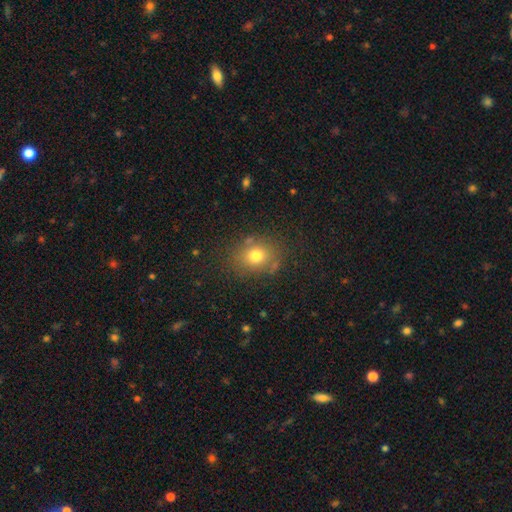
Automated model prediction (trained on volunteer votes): Overall: smooth (75%). How rounded: round (66%; in between 33%). Merging: none (78%).